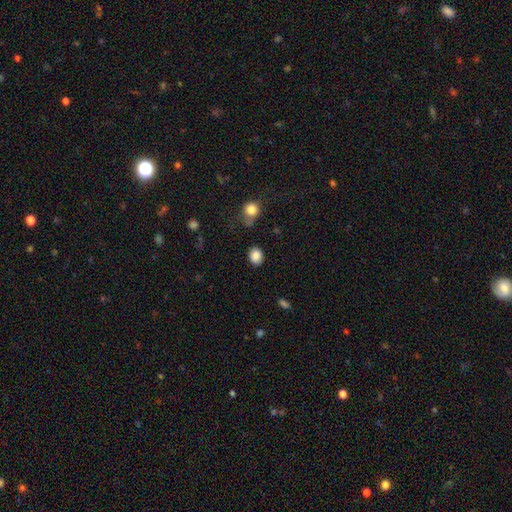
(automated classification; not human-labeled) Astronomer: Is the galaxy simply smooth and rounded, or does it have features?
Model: smooth — 87%.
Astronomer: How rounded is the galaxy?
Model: round — 50% (runner-up: in between, 49%).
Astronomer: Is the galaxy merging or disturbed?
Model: none — 83%.